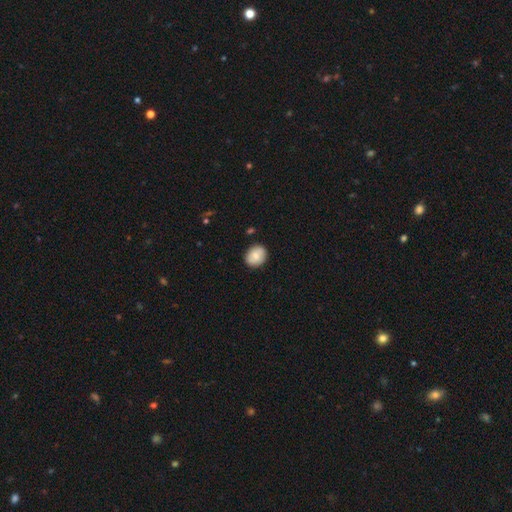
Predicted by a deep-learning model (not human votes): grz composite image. It shows a smooth galaxy with no disk features (76%) that is round (67%). Merging: none (84%).